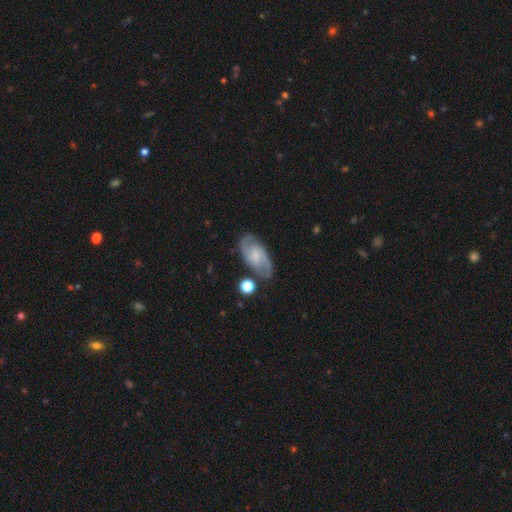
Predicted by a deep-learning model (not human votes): Q: Smooth or featured?
A: featured or disk (85%); runner-up: smooth (9%)
Q: Edge-on disk?
A: no (96%); runner-up: yes (4%)
Q: Bar?
A: no (47%); runner-up: weak (42%)
Q: Spiral arms?
A: yes (97%); runner-up: no (3%)
Q: Spiral winding?
A: medium (55%); runner-up: tight (29%)
Q: Spiral arm count?
A: 2 (91%); runner-up: can't tell (4%)
Q: Bulge size?
A: small (57%); runner-up: none (23%)
Q: Merging?
A: none (80%); runner-up: minor disturbance (13%)